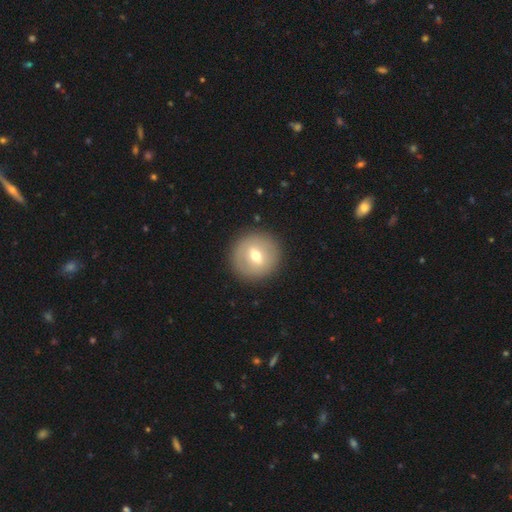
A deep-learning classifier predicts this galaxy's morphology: Overall: smooth (55%; featured or disk 37%). How rounded: round (93%). Merging: none (90%).